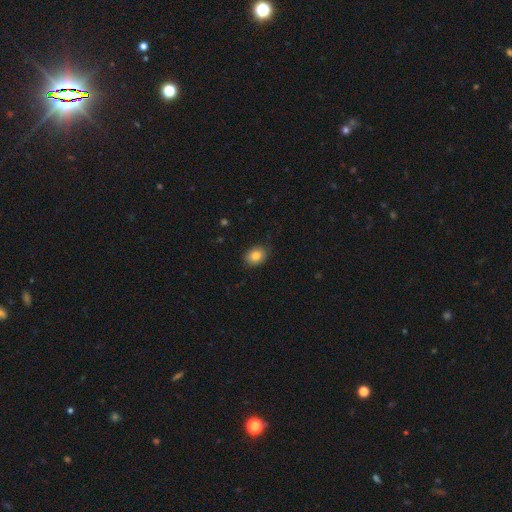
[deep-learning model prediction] This is clearly a smooth galaxy (84%). How rounded: possibly in between (58%). Merging: clearly none (85%).